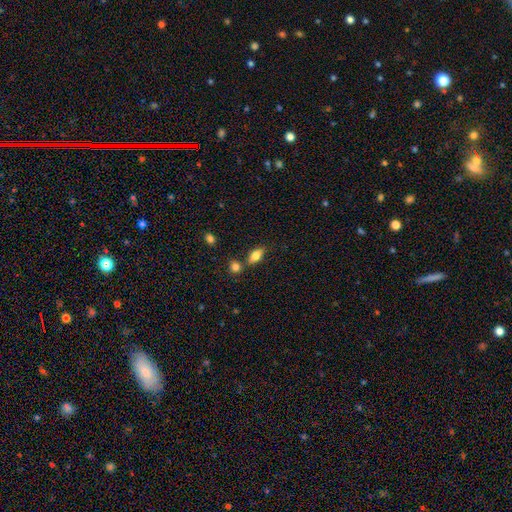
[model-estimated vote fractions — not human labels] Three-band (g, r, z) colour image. It shows a smooth galaxy with no disk features (77%) that is in between round and cigar-shaped (84%). Merging: none (68%).